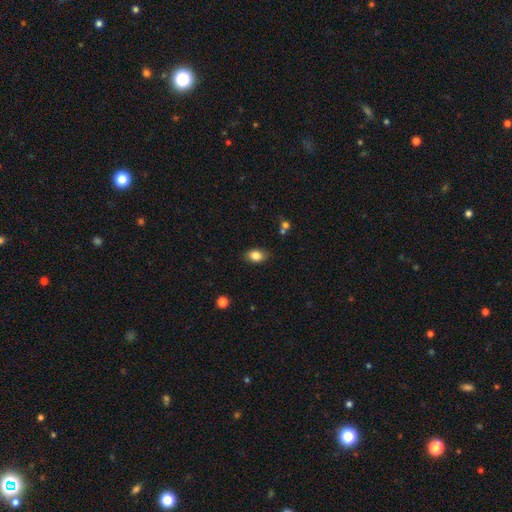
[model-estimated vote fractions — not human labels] Smooth or featured?
  - smooth: 84% *
  - star or artifact: 9%
  - featured or disk: 7%
How rounded?
  - in between: 80% *
  - round: 19%
  - cigar-shaped: 1%
Merging?
  - none: 83% *
  - minor disturbance: 12%
  - major disturbance: 3%
  - merger: 2%